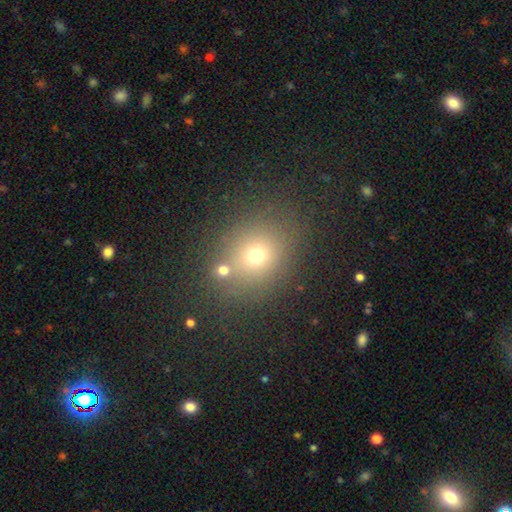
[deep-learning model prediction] Smooth or featured: smooth — 68% (star or artifact — 21%)
How rounded: round — 65% (in between — 34%)
Merging: none — 76% (minor disturbance — 10%)